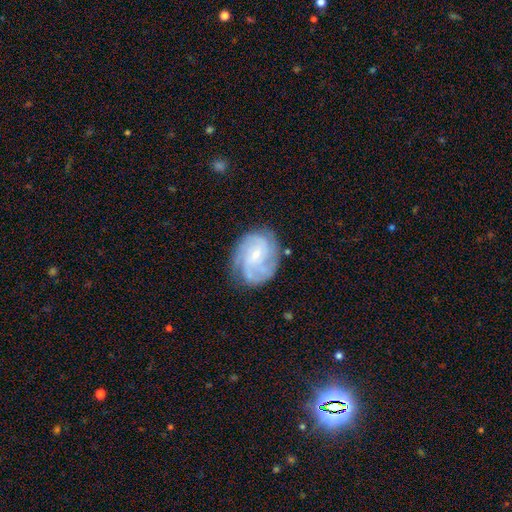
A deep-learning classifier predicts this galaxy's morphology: A featured or disk galaxy (82%) with no bar (55%), 3 (28%) tight (55%) spiral arms (96%) and a small central bulge (71%). Merging: none (76%).